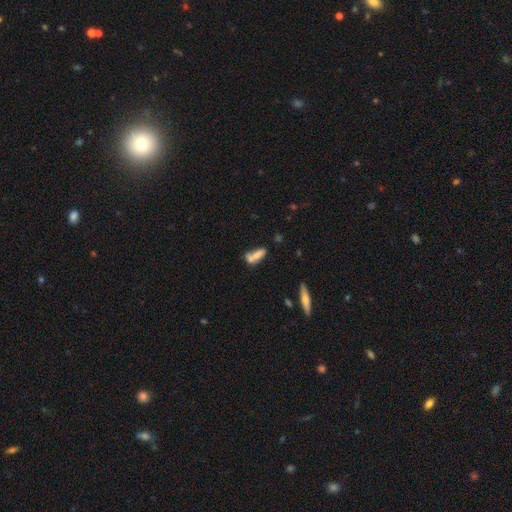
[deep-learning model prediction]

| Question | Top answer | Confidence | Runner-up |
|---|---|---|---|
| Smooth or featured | smooth | 66% | featured or disk (24%) |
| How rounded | in between | 65% | cigar-shaped (30%) |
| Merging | merger | 49% | none (30%) |